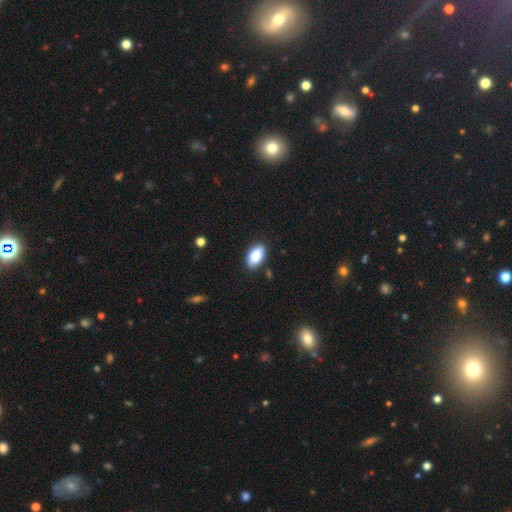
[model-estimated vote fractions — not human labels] smooth 87%, star or artifact 7%, featured or disk 6%. Down the decision tree: how rounded — in between (94%); merging — none (87%).